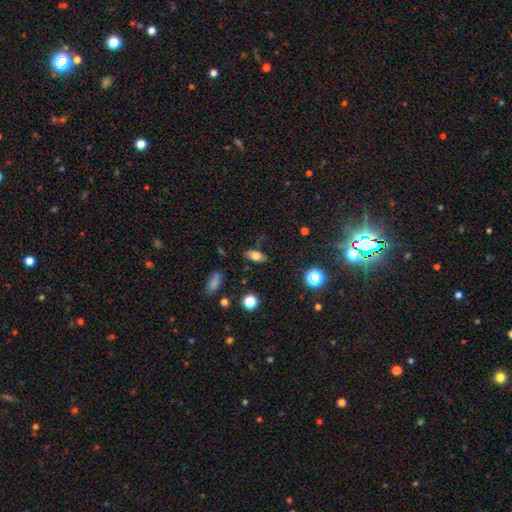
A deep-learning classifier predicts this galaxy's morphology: smooth-or-featured: smooth: 72% | featured or disk: 18% | star or artifact: 11%
  how-rounded: in between: 83% | cigar-shaped: 11% | round: 6%
  merging: none: 83% | minor disturbance: 12% | major disturbance: 3% | merger: 2%